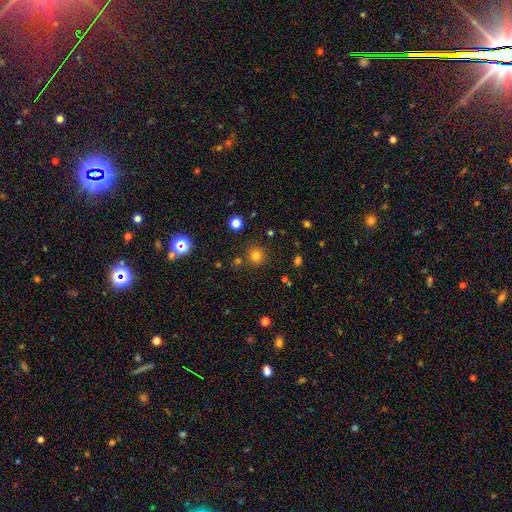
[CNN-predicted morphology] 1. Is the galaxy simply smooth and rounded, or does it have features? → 77% smooth, 17% star or artifact, 6% featured or disk.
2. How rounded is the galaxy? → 94% round, 5% in between, 1% cigar-shaped.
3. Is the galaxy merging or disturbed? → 86% none, 7% minor disturbance, 4% merger, 3% major disturbance.